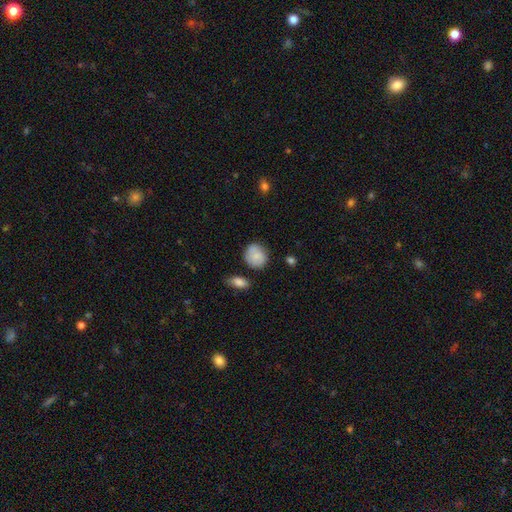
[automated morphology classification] Smooth or featured?
  - smooth: 78% *
  - featured or disk: 15%
  - star or artifact: 7%
How rounded?
  - round: 76% *
  - in between: 22%
  - cigar-shaped: 1%
Merging?
  - none: 72% *
  - minor disturbance: 19%
  - merger: 4%
  - major disturbance: 4%